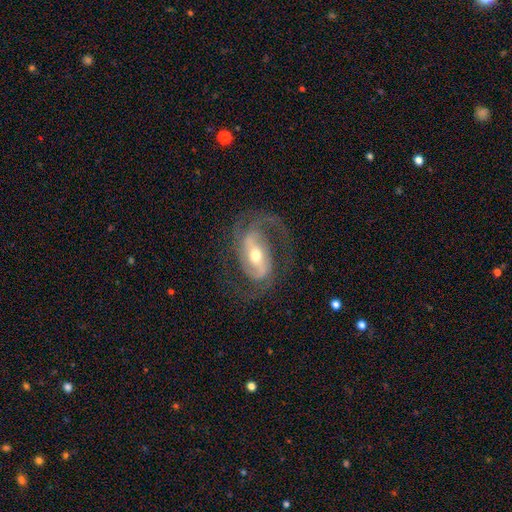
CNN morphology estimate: This is clearly a featured or disk galaxy (89%). It is clearly not viewed edge-on (96%). Bar: possibly strong (51%). Spiral arm pattern: clearly yes (96%). Spiral arm count: clearly 2 (81%). Spiral winding: possibly medium (55%). Central bulge: likely moderate (62%). Merging: likely none (69%).